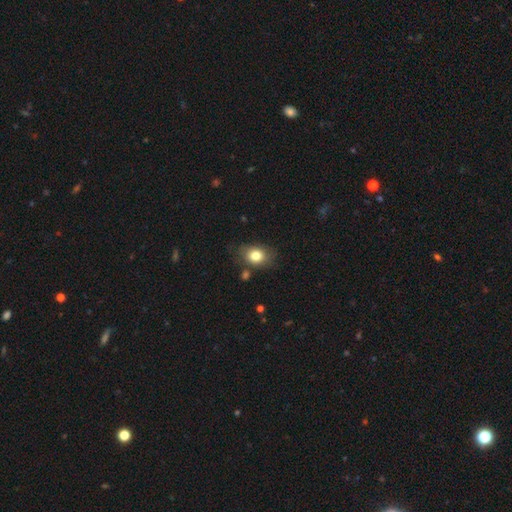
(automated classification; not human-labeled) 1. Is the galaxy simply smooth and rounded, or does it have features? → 80% smooth, 10% featured or disk, 10% star or artifact.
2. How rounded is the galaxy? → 60% in between, 38% round, 1% cigar-shaped.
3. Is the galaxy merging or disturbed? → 75% none, 17% minor disturbance, 4% major disturbance, 4% merger.